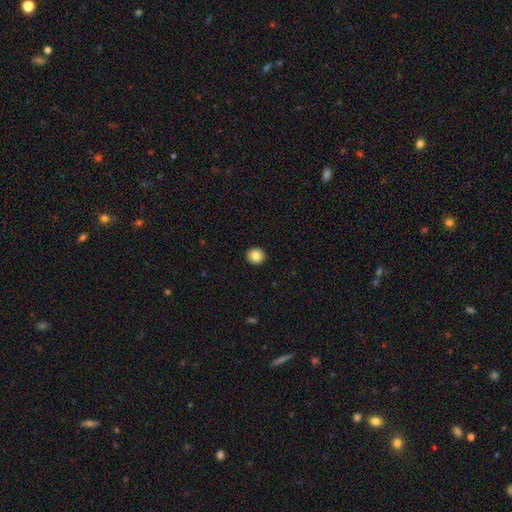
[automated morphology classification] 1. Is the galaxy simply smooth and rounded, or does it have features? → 84% smooth, 9% star or artifact, 7% featured or disk.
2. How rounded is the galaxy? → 92% round, 7% in between, 1% cigar-shaped.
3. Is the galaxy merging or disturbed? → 93% none, 4% minor disturbance, 1% major disturbance, 1% merger.